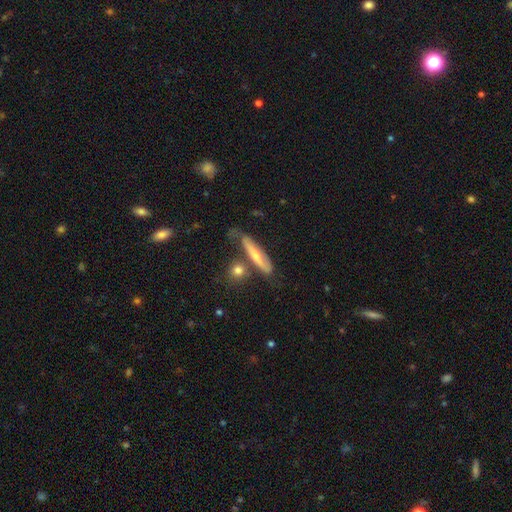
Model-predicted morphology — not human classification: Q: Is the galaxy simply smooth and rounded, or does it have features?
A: featured or disk — 57%.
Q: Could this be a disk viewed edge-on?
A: yes — 69%.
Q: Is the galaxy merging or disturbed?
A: none — 54%.